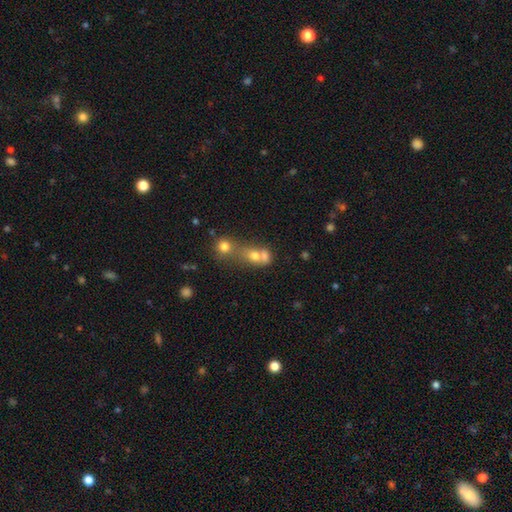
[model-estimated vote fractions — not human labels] Q: Smooth or featured?
A: smooth (61%); runner-up: featured or disk (21%)
Q: How rounded?
A: round (64%); runner-up: in between (32%)
Q: Merging?
A: merger (67%); runner-up: none (23%)